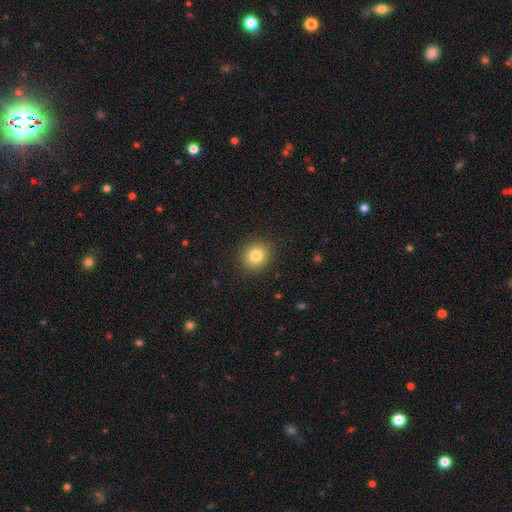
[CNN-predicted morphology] A smooth galaxy with no disk features (83%) that is round (81%).

Vote fractions:
- Smooth or featured? smooth: 83% / star or artifact: 10% / featured or disk: 7%
- How rounded? round: 81% / in between: 18% / cigar-shaped: 1%
- Merging? none: 90% / minor disturbance: 7% / major disturbance: 2% / merger: 1%